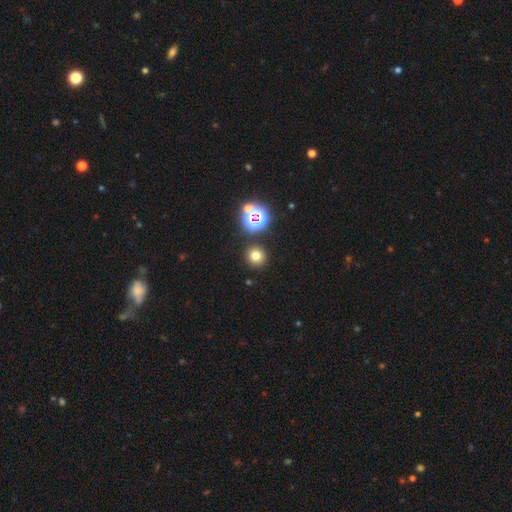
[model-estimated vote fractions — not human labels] Smooth or featured? smooth (70%)
How rounded? round (93%)
Merging? none (88%)